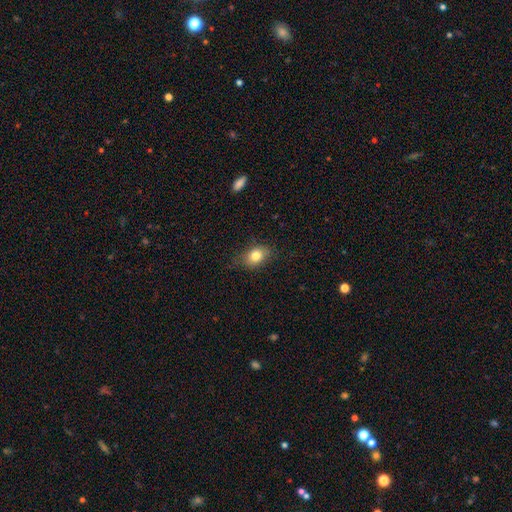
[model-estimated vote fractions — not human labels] This is clearly a smooth galaxy (81%). How rounded: likely in between (73%). Merging: likely none (77%).